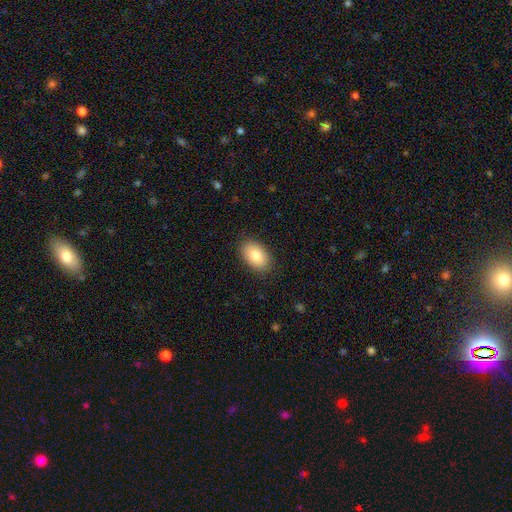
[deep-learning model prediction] Smooth or featured: smooth — 85% (featured or disk — 9%)
How rounded: in between — 91% (round — 8%)
Merging: none — 86% (minor disturbance — 10%)